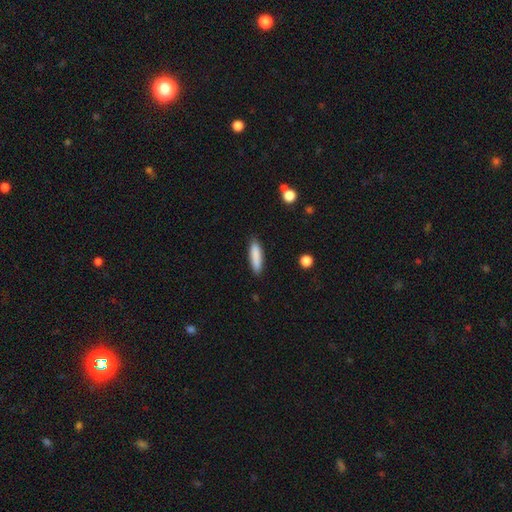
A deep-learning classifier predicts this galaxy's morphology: Smooth or featured? smooth (86%)
How rounded? cigar-shaped (72%)
Merging? none (87%)